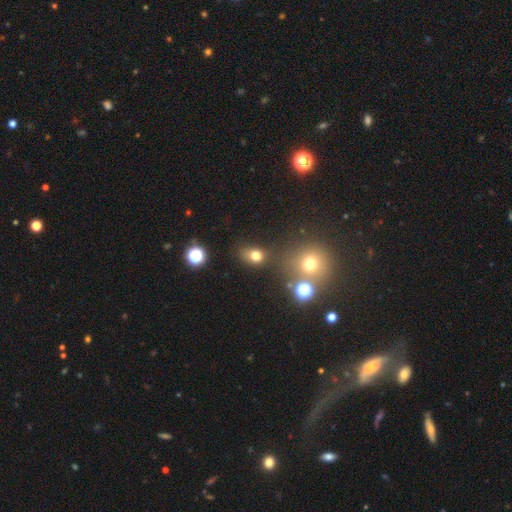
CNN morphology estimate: This appears to be a smooth galaxy with no disk features (74%) that is in between round and cigar-shaped (53%). Merging: none (71%).